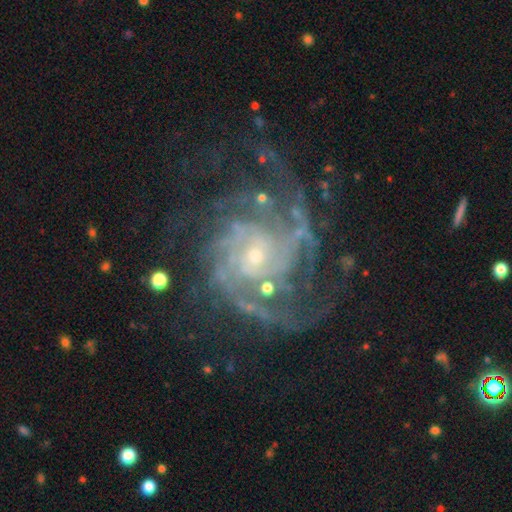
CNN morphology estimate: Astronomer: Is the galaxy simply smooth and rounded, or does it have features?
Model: featured or disk — 90%.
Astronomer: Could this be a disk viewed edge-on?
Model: no — 98%.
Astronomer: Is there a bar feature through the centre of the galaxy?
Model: no — 64%.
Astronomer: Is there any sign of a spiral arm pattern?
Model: yes — 97%.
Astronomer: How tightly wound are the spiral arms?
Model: tight — 47% (runner-up: medium, 42%).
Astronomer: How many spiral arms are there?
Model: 2 — 23% (runner-up: 3, 22%).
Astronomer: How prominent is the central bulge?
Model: small — 71%.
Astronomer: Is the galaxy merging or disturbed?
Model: none — 63%.